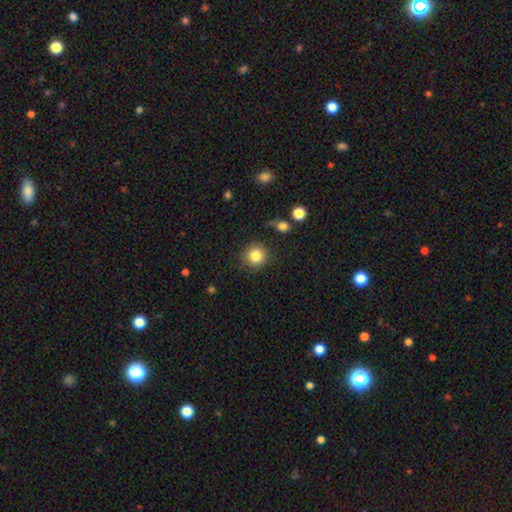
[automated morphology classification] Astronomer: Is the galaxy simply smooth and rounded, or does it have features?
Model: smooth — 83%.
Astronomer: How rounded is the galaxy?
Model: round — 92%.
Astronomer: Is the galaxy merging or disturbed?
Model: none — 85%.